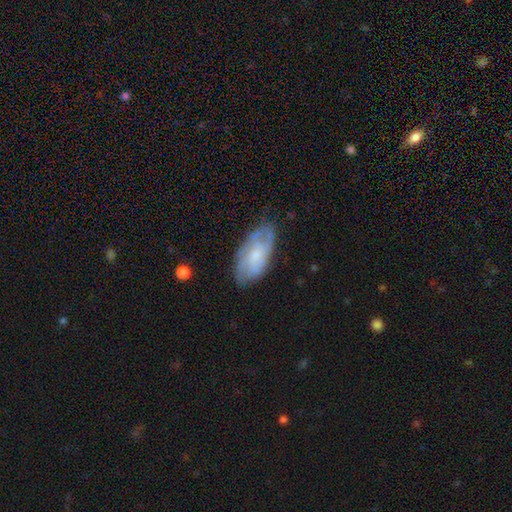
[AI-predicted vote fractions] Morphology: type=featured or disk (60%); edge-on=no (93%); bar=no (69%); spiral arms=yes (80%); bulge=small (61%); merging=none (67%).